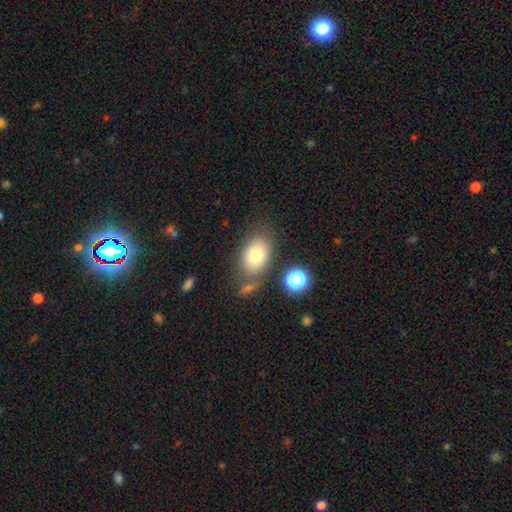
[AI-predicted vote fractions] Smooth or featured? smooth (78%)
How rounded? in between (84%)
Merging? none (67%)